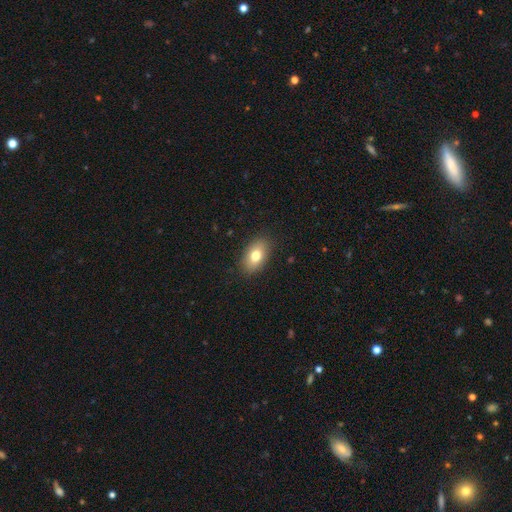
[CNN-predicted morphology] Smooth or featured? smooth (77%)
How rounded? in between (87%)
Merging? none (87%)